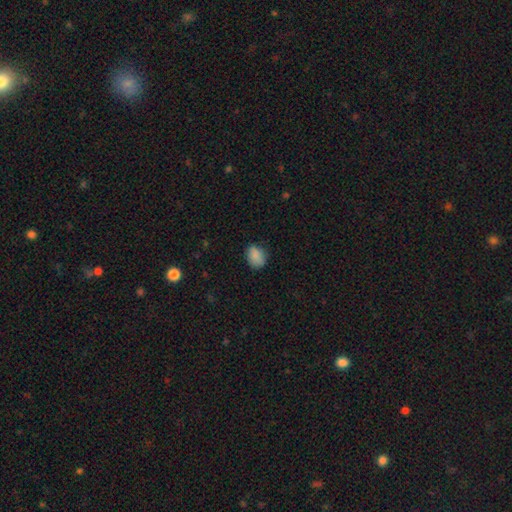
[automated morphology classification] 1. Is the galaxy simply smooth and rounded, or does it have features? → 86% smooth, 9% star or artifact, 5% featured or disk.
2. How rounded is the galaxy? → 68% in between, 31% round, 1% cigar-shaped.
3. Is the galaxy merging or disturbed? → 72% none, 22% minor disturbance, 4% major disturbance, 1% merger.